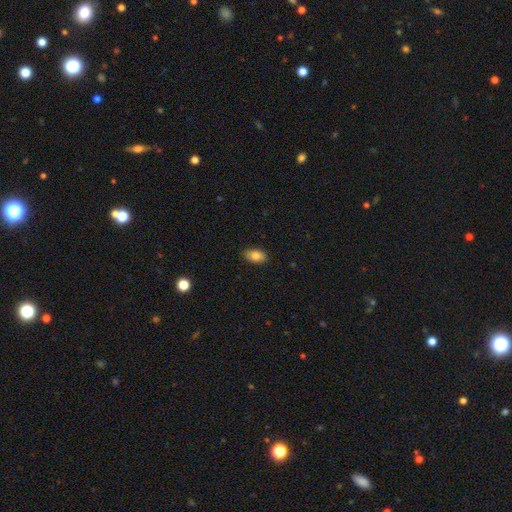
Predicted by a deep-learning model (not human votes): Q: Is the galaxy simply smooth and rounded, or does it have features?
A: smooth — 83%.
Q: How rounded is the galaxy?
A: in between — 91%.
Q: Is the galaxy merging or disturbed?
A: none — 87%.